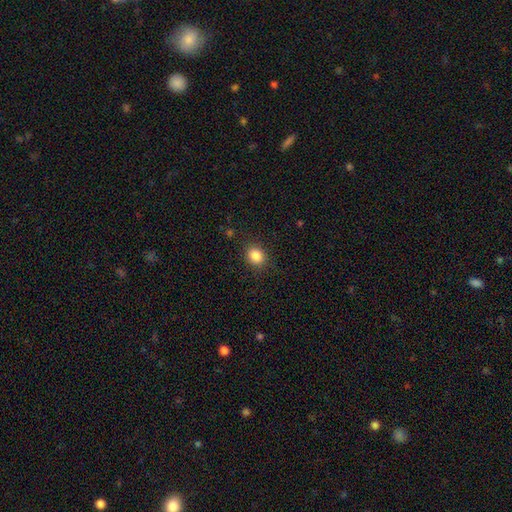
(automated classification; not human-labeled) Morphology: type=smooth (86%); roundness=round (62%); merging=none (85%).